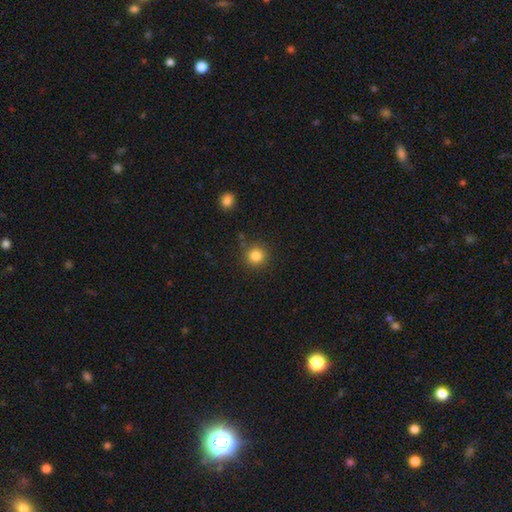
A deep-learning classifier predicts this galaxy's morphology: smooth 84%, star or artifact 11%, featured or disk 5%. Down the decision tree: how rounded — round (94%); merging — none (87%).